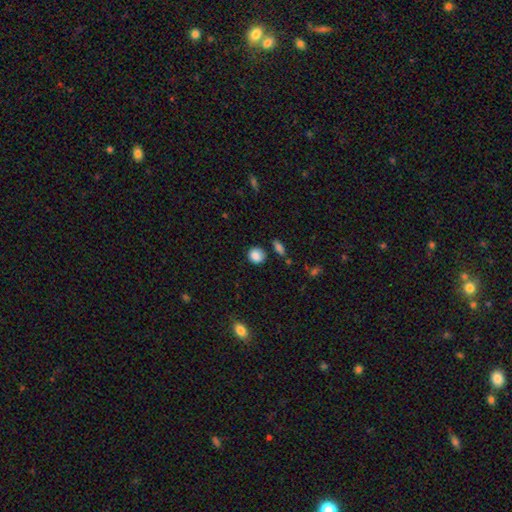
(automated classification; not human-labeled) Smooth or featured: smooth — 87% (star or artifact — 9%)
How rounded: round — 83% (in between — 16%)
Merging: none — 81% (minor disturbance — 12%)